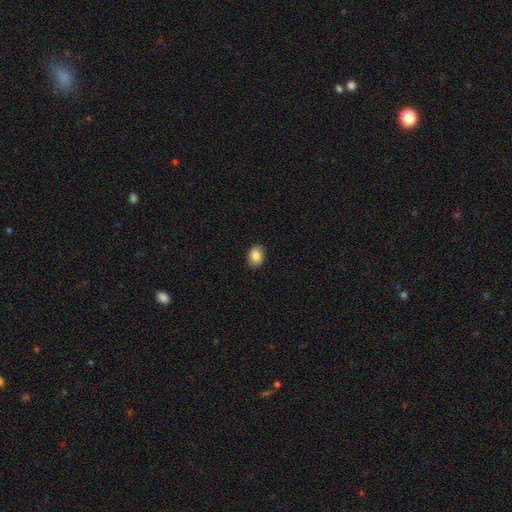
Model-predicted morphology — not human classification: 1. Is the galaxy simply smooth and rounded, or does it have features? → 86% smooth, 8% star or artifact, 6% featured or disk.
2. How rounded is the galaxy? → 63% in between, 36% round, 1% cigar-shaped.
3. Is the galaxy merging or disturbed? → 86% none, 11% minor disturbance, 2% major disturbance, 1% merger.